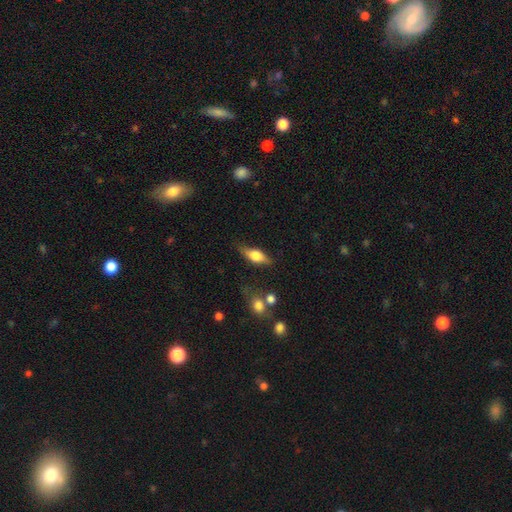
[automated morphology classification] This is possibly a smooth galaxy (53%). How rounded: likely in between (68%). Merging: likely none (75%).